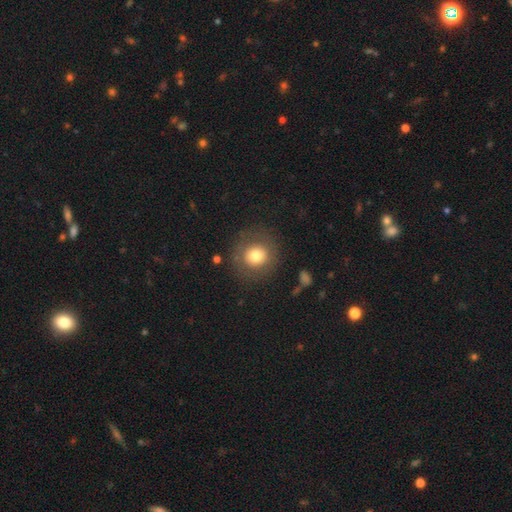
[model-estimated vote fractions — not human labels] Morphology: type=smooth (71%); roundness=round (92%); merging=none (82%).